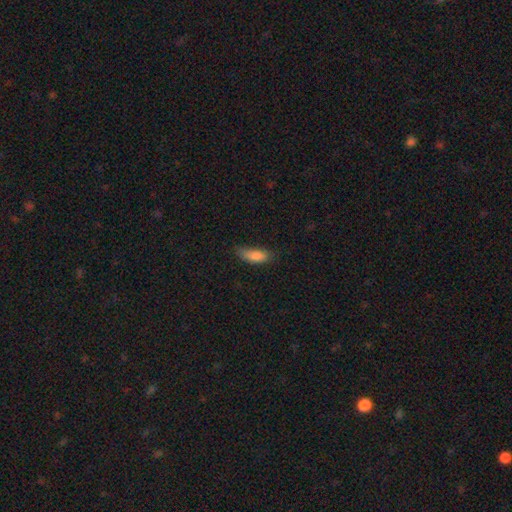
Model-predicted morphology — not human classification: A smooth galaxy with no disk features (85%) that is in between round and cigar-shaped (72%). Merging: none (58%).